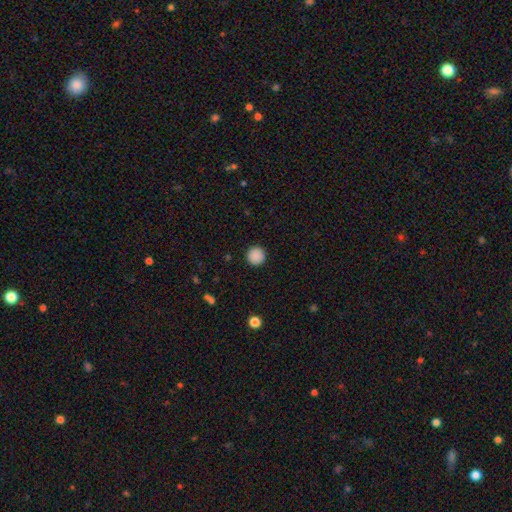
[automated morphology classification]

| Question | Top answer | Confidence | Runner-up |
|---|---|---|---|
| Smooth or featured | smooth | 89% | star or artifact (9%) |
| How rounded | round | 96% | in between (3%) |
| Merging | none | 92% | minor disturbance (5%) |